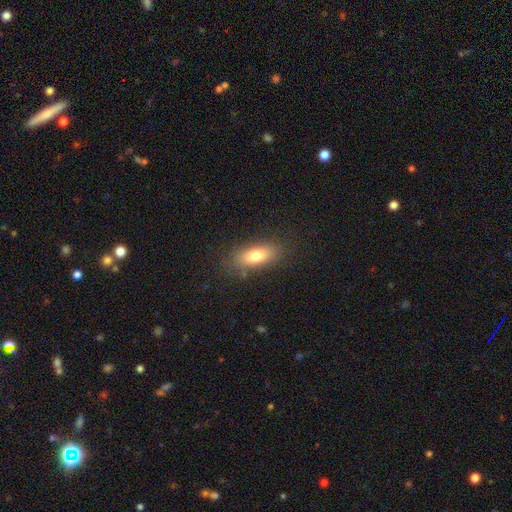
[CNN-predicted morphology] Smooth or featured: smooth — 77% (featured or disk — 15%)
How rounded: in between — 77% (cigar-shaped — 19%)
Merging: none — 82% (minor disturbance — 13%)